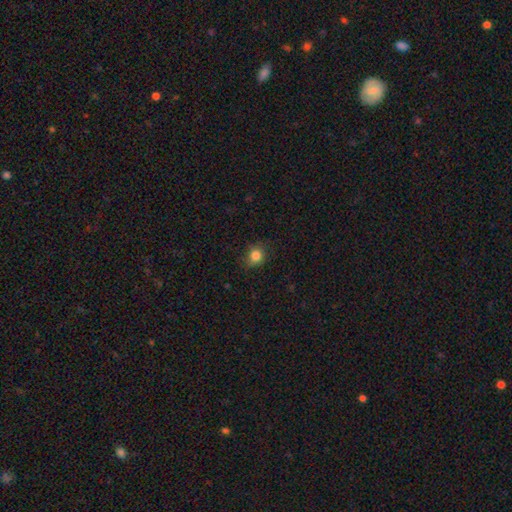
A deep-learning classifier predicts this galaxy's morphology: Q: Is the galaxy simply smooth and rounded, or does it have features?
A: smooth — 83%.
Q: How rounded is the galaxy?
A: round — 77%.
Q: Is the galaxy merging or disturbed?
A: none — 80%.